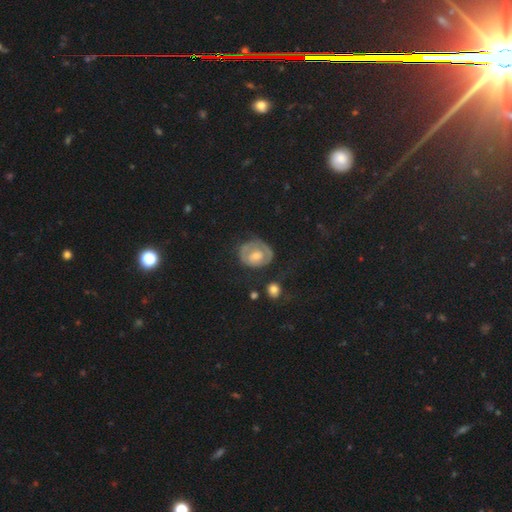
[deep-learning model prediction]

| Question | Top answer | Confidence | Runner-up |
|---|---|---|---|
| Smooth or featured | featured or disk | 52% | smooth (39%) |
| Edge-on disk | no | 96% | yes (4%) |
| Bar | no | 69% | weak (25%) |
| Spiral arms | yes | 53% | no (47%) |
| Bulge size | moderate | 55% | small (25%) |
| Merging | none | 57% | minor disturbance (24%) |